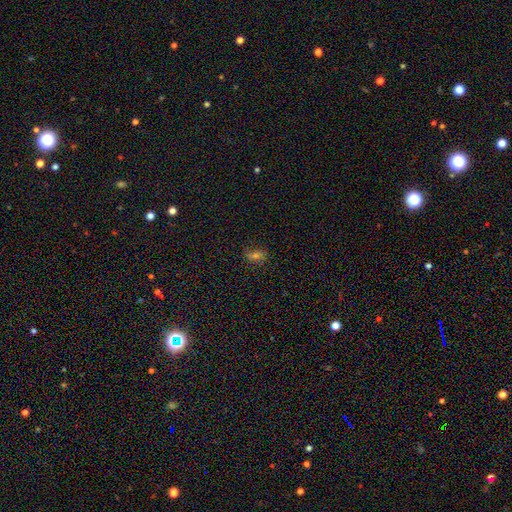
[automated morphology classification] A smooth galaxy with no disk features (41%).

Vote fractions:
- Smooth or featured? smooth: 41% / featured or disk: 29% / star or artifact: 29%
- Merging? none: 69% / minor disturbance: 20% / major disturbance: 9% / merger: 3%